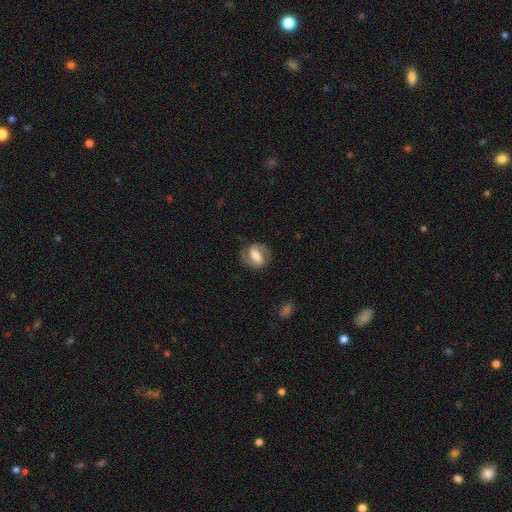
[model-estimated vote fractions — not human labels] Smooth or featured? Predicted: featured or disk (p=0.72). Edge-on disk? Predicted: no (p=0.96). Bar? Predicted: weak (p=0.41). Spiral arms? Predicted: yes (p=0.90). Spiral winding? Predicted: medium (p=0.49). Spiral arm count? Predicted: 2 (p=0.88). Bulge size? Predicted: moderate (p=0.54). Merging? Predicted: none (p=0.78).